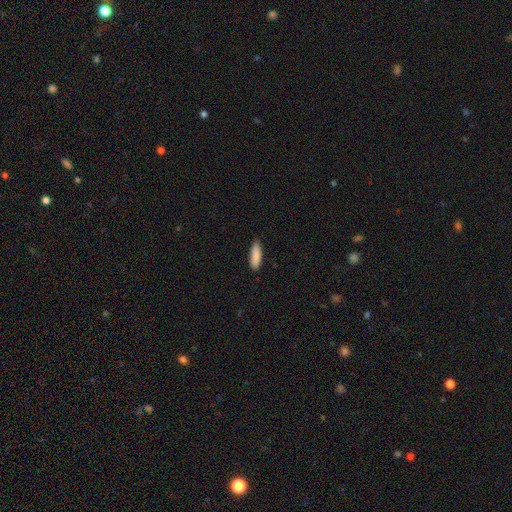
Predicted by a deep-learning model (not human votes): Morphology: type=smooth (89%); roundness=cigar-shaped (53%); merging=none (84%).